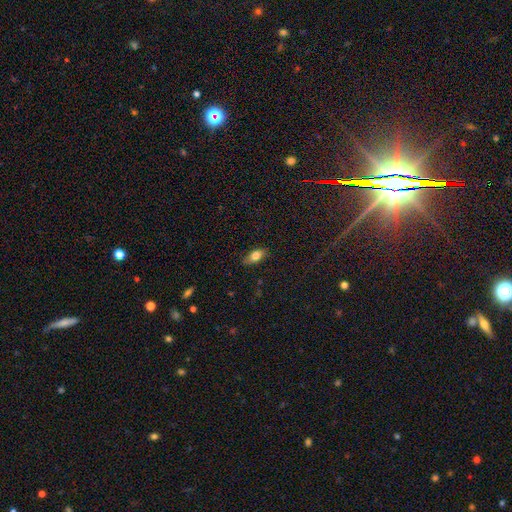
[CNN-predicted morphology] smooth 80%, featured or disk 11%, star or artifact 8%. Down the decision tree: how rounded — in between (85%); merging — none (78%).